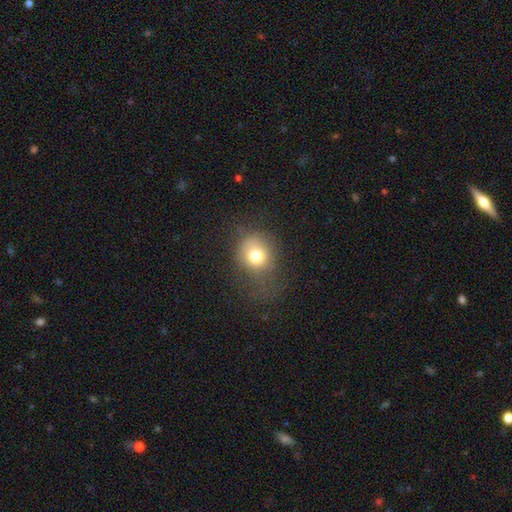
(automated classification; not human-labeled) smooth 74%, star or artifact 14%, featured or disk 12%. Down the decision tree: how rounded — round (73%); merging — none (56%).